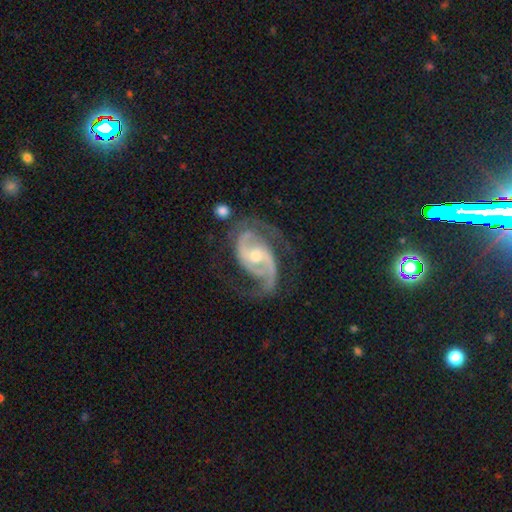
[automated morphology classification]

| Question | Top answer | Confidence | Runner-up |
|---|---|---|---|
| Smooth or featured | featured or disk | 92% | star or artifact (4%) |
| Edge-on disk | no | 98% | yes (2%) |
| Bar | no | 47% | weak (37%) |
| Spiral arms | yes | 98% | no (2%) |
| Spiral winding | medium | 55% | tight (28%) |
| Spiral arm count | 2 | 89% | 3 (4%) |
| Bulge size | moderate | 61% | small (34%) |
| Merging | none | 67% | minor disturbance (19%) |